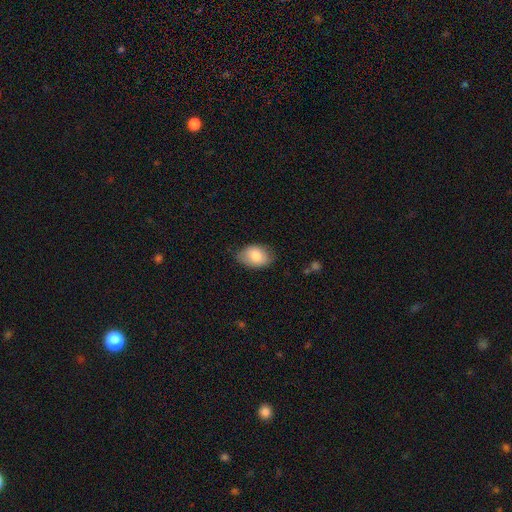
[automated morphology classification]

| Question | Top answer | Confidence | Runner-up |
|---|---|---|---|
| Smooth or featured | smooth | 80% | featured or disk (13%) |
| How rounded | in between | 87% | round (12%) |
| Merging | none | 74% | minor disturbance (21%) |